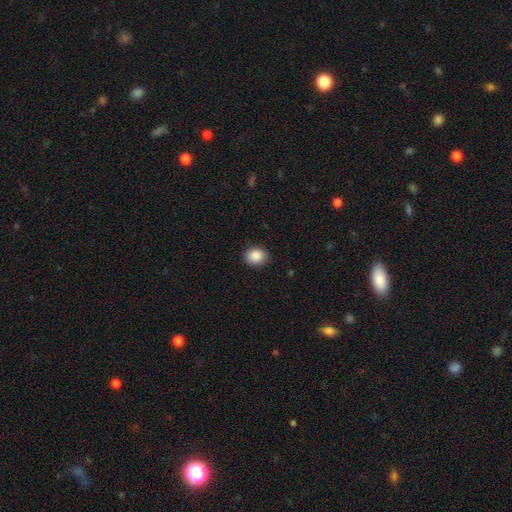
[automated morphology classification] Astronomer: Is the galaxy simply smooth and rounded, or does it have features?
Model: smooth — 89%.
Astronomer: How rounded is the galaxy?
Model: round — 59% (runner-up: in between, 40%).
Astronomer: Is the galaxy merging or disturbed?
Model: none — 87%.